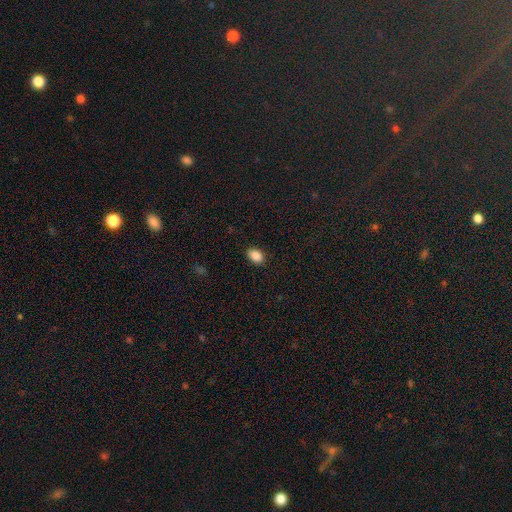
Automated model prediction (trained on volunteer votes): smooth 88%, star or artifact 8%, featured or disk 4%. Down the decision tree: how rounded — in between (86%); merging — none (88%).